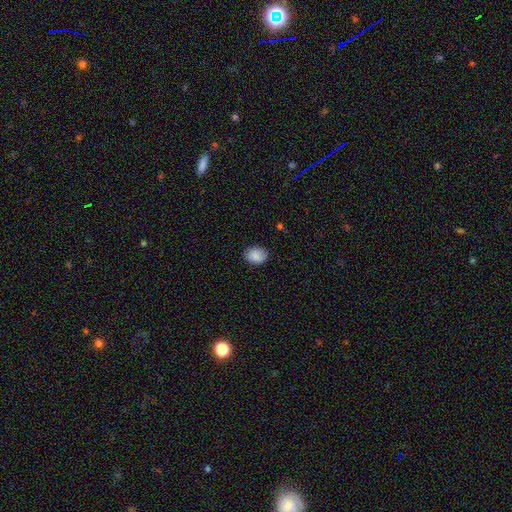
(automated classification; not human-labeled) smooth_or_featured: smooth (p=0.87) [alt: star or artifact p=0.08]
how_rounded: in between (p=0.67) [alt: round p=0.32]
merging: none (p=0.83) [alt: minor disturbance p=0.14]